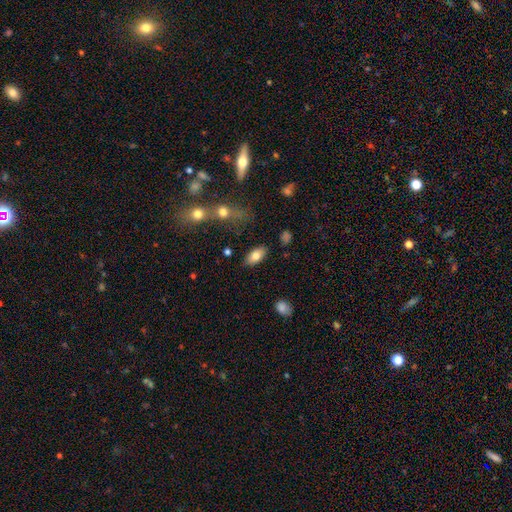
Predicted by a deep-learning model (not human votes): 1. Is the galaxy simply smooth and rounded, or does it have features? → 79% smooth, 13% featured or disk, 7% star or artifact.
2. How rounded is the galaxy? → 92% in between, 5% cigar-shaped, 3% round.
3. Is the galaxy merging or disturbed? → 84% none, 11% minor disturbance, 3% major disturbance, 3% merger.